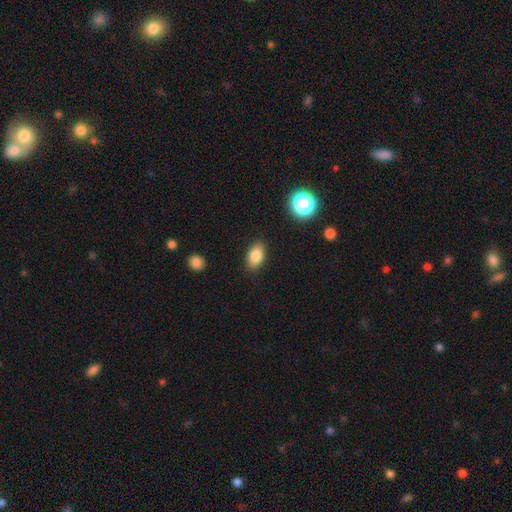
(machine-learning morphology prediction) A smooth galaxy with no disk features (82%) that is in between round and cigar-shaped (89%). Merging: none (87%).